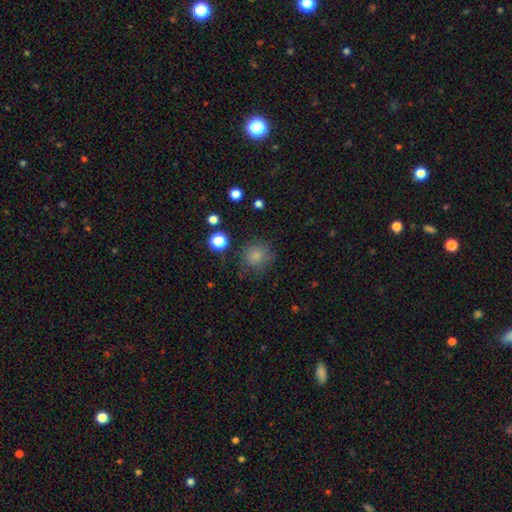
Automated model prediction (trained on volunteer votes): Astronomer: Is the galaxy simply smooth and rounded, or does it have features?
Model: smooth — 80%.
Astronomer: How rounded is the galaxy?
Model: round — 91%.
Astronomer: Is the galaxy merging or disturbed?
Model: none — 75%.